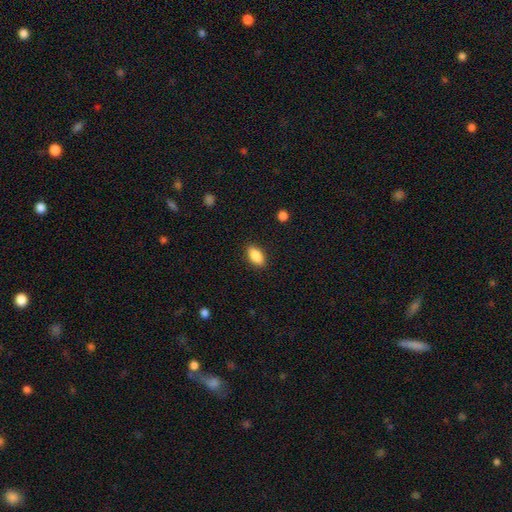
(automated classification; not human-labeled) Smooth or featured? smooth (88%)
How rounded? in between (91%)
Merging? none (88%)